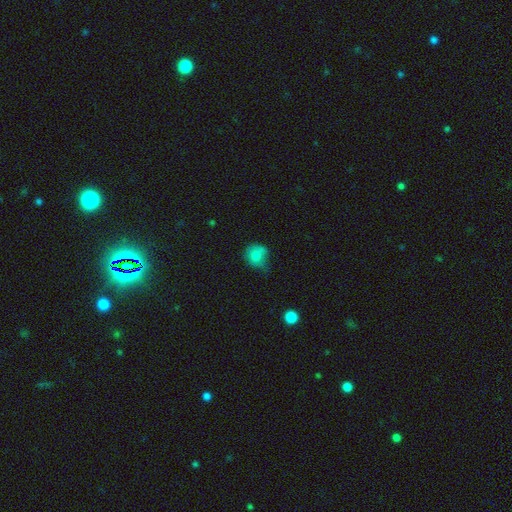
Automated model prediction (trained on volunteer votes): Smooth or featured?
  - smooth: 74% *
  - featured or disk: 16%
  - star or artifact: 10%
How rounded?
  - round: 72% *
  - in between: 27%
  - cigar-shaped: 1%
Merging?
  - none: 40% *
  - minor disturbance: 36%
  - major disturbance: 16%
  - merger: 9%